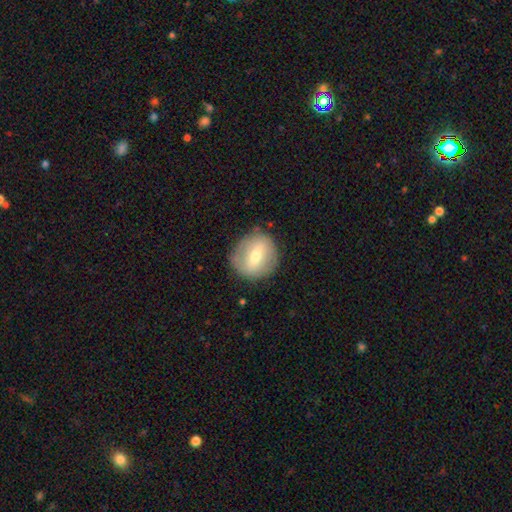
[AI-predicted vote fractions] Smooth or featured: smooth — 50% (featured or disk — 43%)
Merging: none — 81% (minor disturbance — 13%)